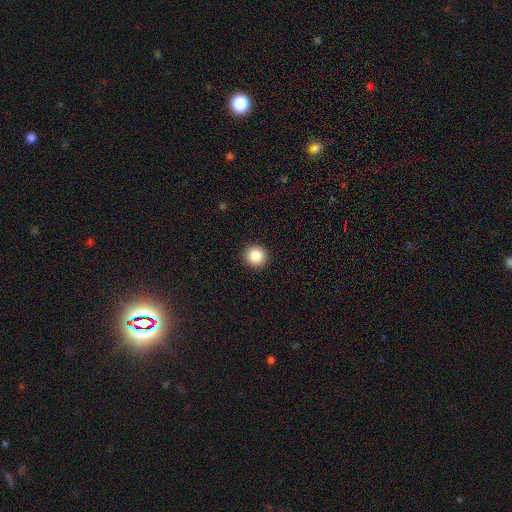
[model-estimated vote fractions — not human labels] Overall: smooth (87%). How rounded: round (94%). Merging: none (93%).